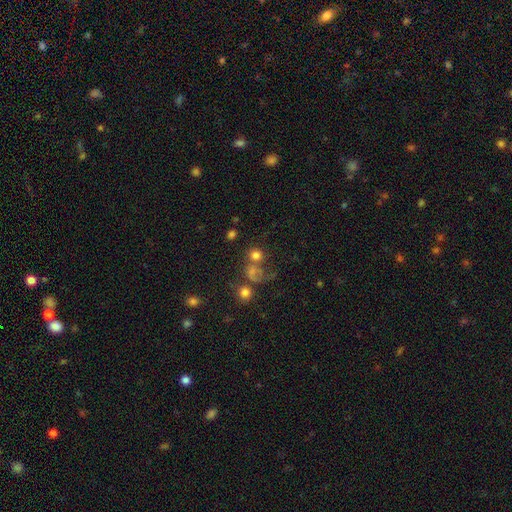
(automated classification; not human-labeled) This appears to be a smooth galaxy with no disk features (72%) that is round (85%). Merging: none (51%).